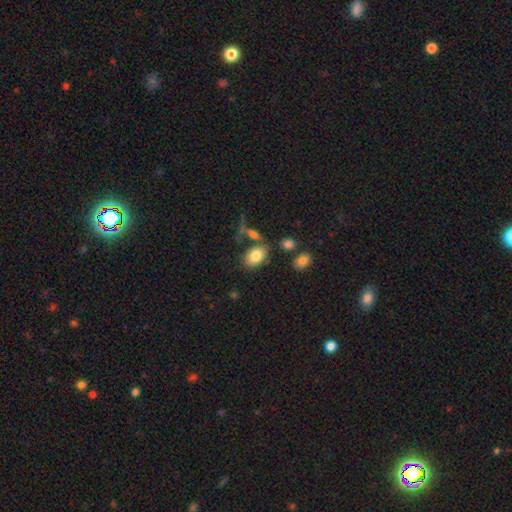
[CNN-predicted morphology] Overall: smooth (82%). How rounded: in between (87%). Merging: none (70%).